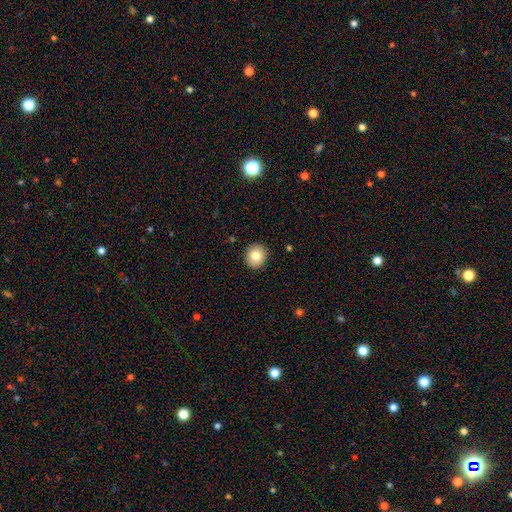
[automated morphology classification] Q: Smooth or featured?
A: smooth (80%); runner-up: featured or disk (11%)
Q: How rounded?
A: round (88%); runner-up: in between (12%)
Q: Merging?
A: none (92%); runner-up: minor disturbance (6%)